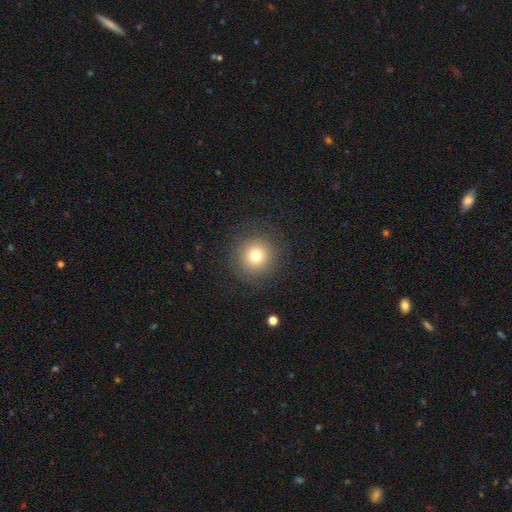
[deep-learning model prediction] Q: Smooth or featured?
A: smooth (77%); runner-up: star or artifact (13%)
Q: How rounded?
A: round (93%); runner-up: in between (6%)
Q: Merging?
A: none (87%); runner-up: minor disturbance (8%)